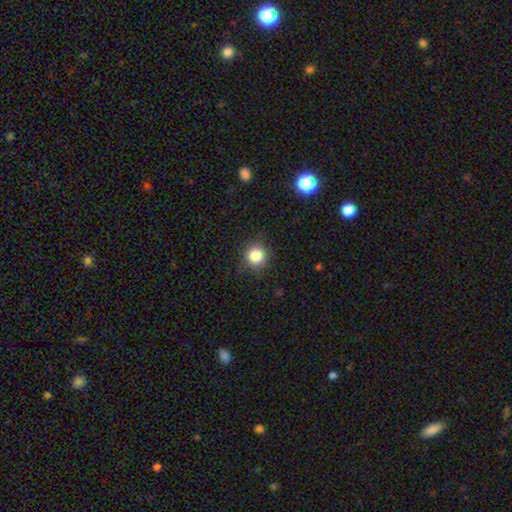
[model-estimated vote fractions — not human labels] The model was most divided on "smooth or featured": smooth: 83%, star or artifact: 11%, featured or disk: 5%. More confident: how rounded — round (93%); merging — none (88%).